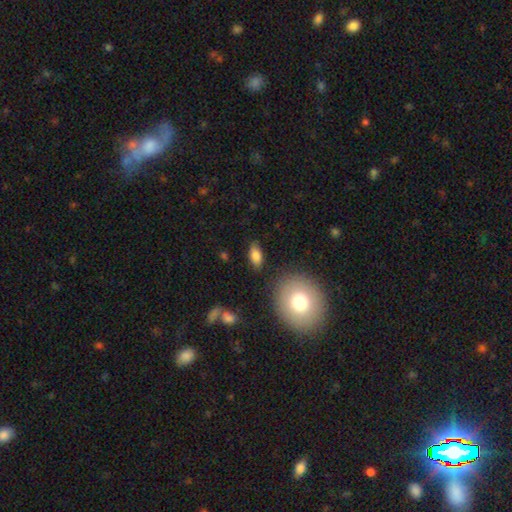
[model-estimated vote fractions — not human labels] A smooth galaxy with no disk features (82%) that is in between round and cigar-shaped (88%). Merging: none (81%).